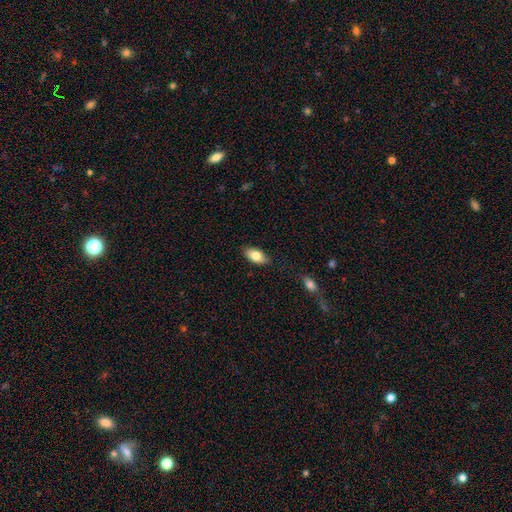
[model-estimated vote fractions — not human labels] The model was most divided on "smooth or featured": smooth: 80%, featured or disk: 12%, star or artifact: 7%. More confident: how rounded — in between (91%); merging — none (83%).